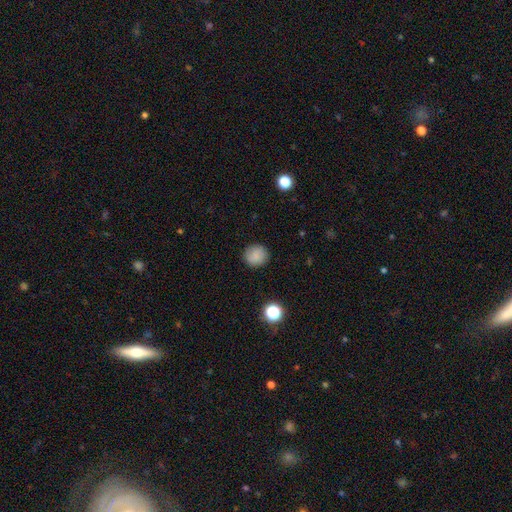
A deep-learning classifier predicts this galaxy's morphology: Smooth or featured? Predicted: smooth (p=0.84). How rounded? Predicted: round (p=0.91). Merging? Predicted: none (p=0.88).